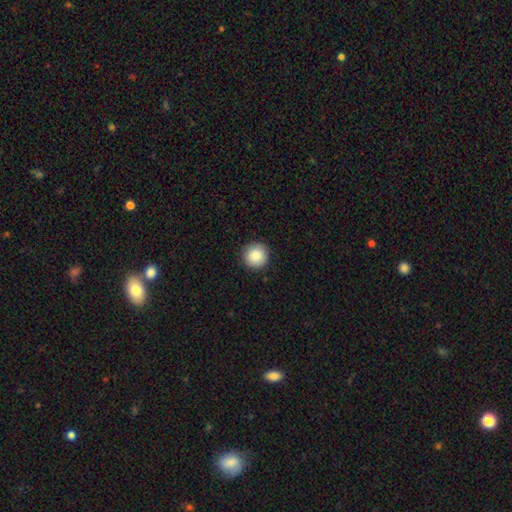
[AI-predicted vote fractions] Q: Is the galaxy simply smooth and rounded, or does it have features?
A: smooth — 89%.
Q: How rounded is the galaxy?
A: round — 96%.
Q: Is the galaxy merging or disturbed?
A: none — 92%.